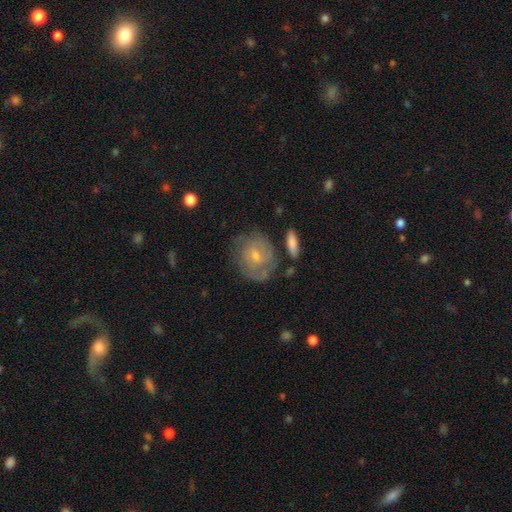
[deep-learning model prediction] featured or disk 62%, smooth 29%, star or artifact 9%. Down the decision tree: edge-on disk — no (96%); bar — no (66%); spiral arms — yes (79%); bulge size — small (62%); merging — none (66%).